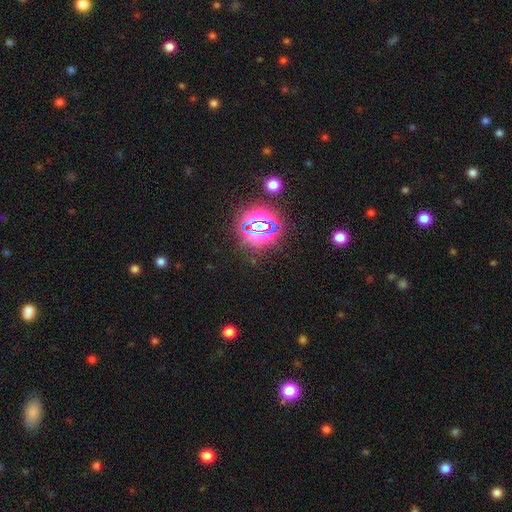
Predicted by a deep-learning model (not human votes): A star or artifact, not a galaxy (80%).